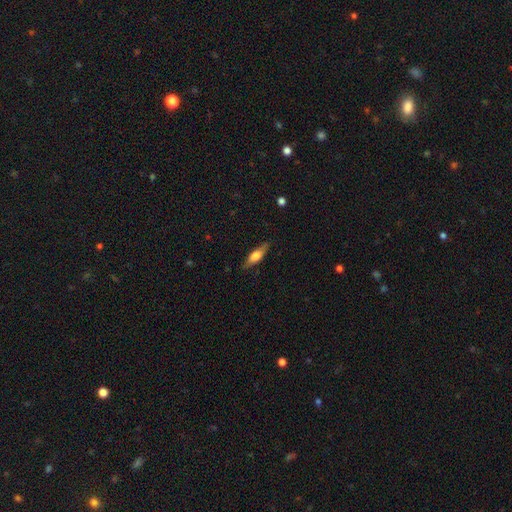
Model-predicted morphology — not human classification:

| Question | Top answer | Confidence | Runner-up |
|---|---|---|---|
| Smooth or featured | smooth | 52% | featured or disk (42%) |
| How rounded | cigar-shaped | 52% | in between (45%) |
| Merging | none | 82% | minor disturbance (14%) |